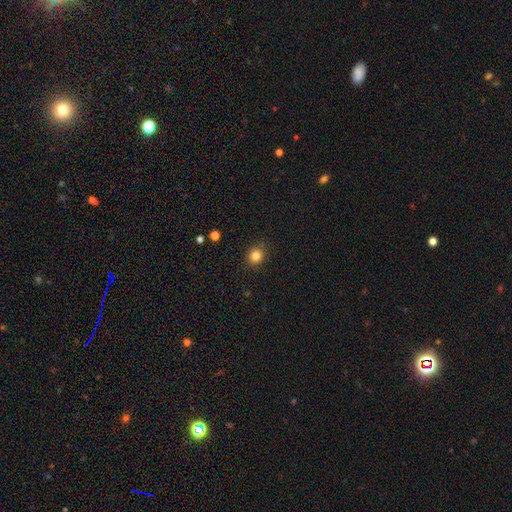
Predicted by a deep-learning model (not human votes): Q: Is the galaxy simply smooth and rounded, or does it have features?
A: smooth — 83%.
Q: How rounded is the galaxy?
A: round — 79%.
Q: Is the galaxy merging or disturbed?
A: none — 86%.